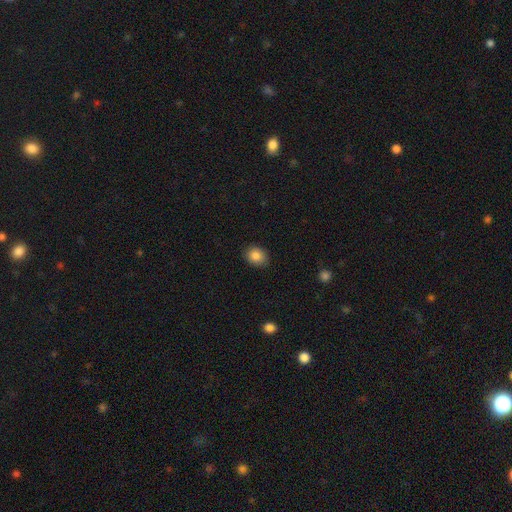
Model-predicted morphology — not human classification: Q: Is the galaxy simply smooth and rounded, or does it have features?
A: smooth — 85%.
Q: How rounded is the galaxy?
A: in between — 50%.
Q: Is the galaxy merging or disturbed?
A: none — 87%.